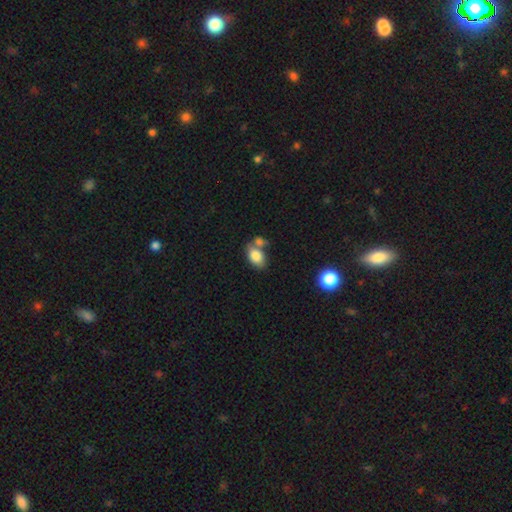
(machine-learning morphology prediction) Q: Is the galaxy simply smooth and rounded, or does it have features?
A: smooth — 82%.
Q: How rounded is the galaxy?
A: in between — 85%.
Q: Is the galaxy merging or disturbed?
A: none — 42%.